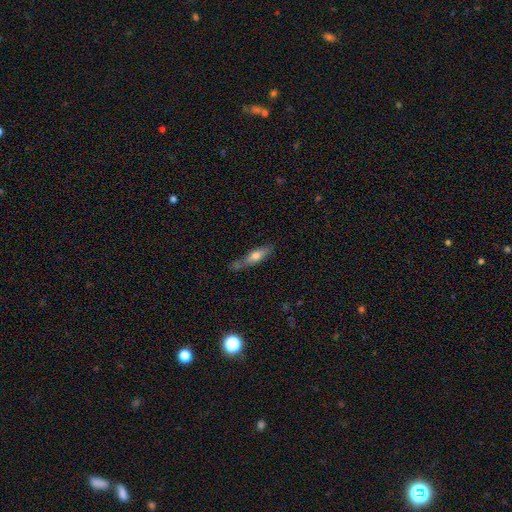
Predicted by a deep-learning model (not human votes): Smooth or featured? smooth (57%)
How rounded? cigar-shaped (67%)
Merging? none (58%)